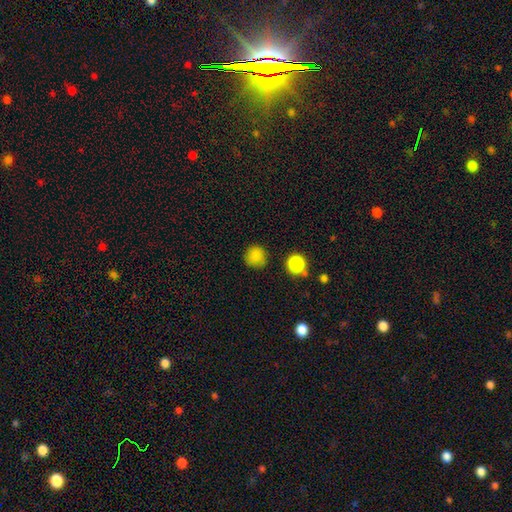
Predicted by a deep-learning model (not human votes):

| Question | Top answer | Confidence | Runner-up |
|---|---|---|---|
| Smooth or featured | smooth | 82% | star or artifact (14%) |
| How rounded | round | 93% | in between (6%) |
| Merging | none | 84% | minor disturbance (10%) |